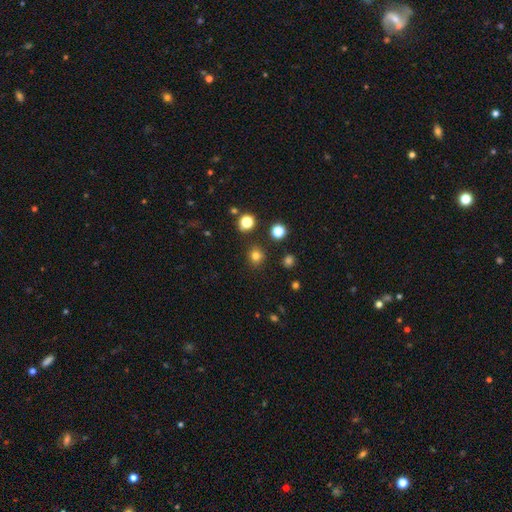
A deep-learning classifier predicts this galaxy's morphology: Overall: smooth (78%). How rounded: round (89%). Merging: none (87%).